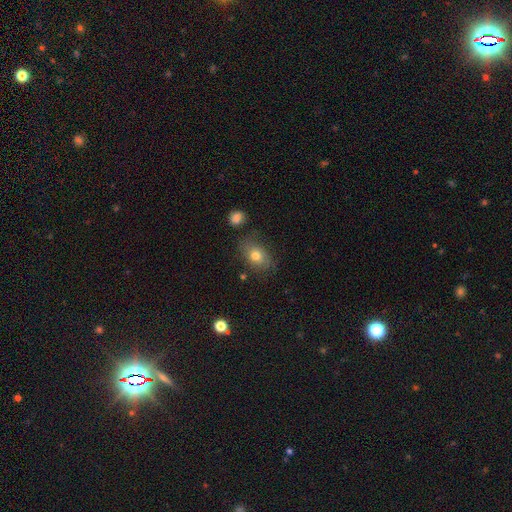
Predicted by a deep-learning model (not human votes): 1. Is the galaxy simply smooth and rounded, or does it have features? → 73% smooth, 17% featured or disk, 10% star or artifact.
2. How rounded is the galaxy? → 76% in between, 23% round, 2% cigar-shaped.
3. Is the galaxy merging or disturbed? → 71% none, 20% minor disturbance, 6% major disturbance, 3% merger.